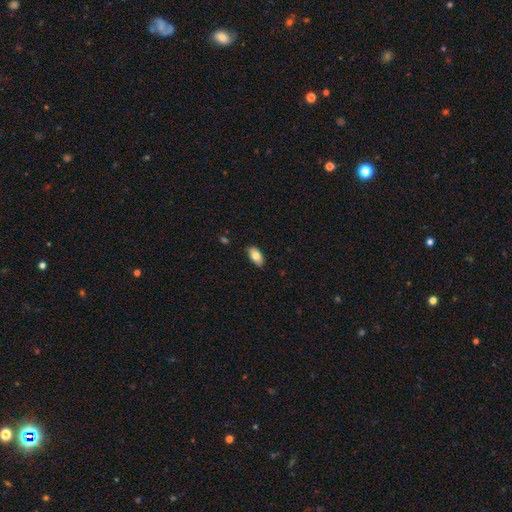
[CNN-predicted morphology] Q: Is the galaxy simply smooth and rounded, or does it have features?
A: smooth — 80%.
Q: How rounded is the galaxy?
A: in between — 93%.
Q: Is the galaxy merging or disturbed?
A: none — 86%.